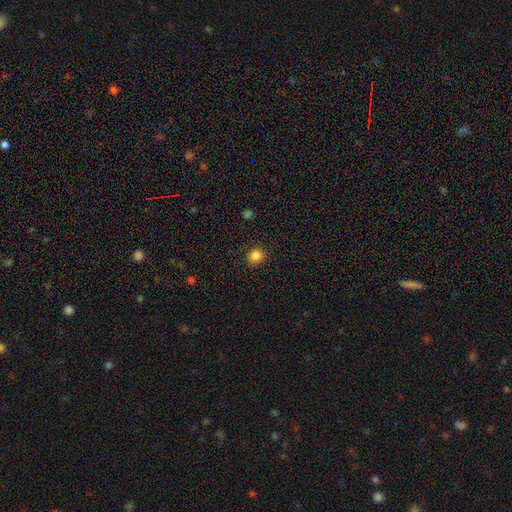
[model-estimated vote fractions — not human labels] smooth-or-featured: smooth: 84% | star or artifact: 12% | featured or disk: 4%
  how-rounded: round: 86% | in between: 13% | cigar-shaped: 1%
  merging: none: 89% | minor disturbance: 7% | major disturbance: 2% | merger: 1%